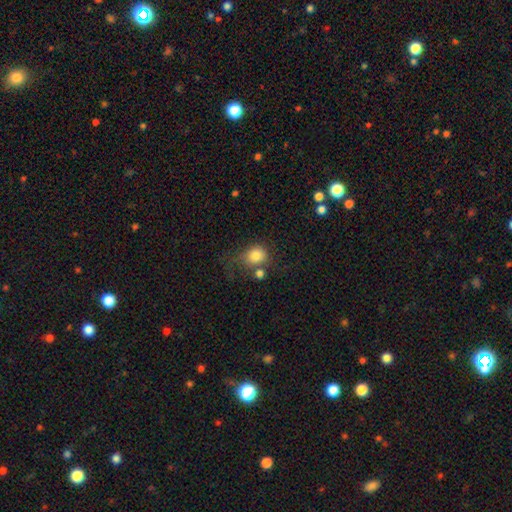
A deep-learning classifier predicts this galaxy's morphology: Q: Smooth or featured?
A: smooth (80%); runner-up: star or artifact (10%)
Q: How rounded?
A: round (67%); runner-up: in between (32%)
Q: Merging?
A: none (40%); runner-up: merger (24%)